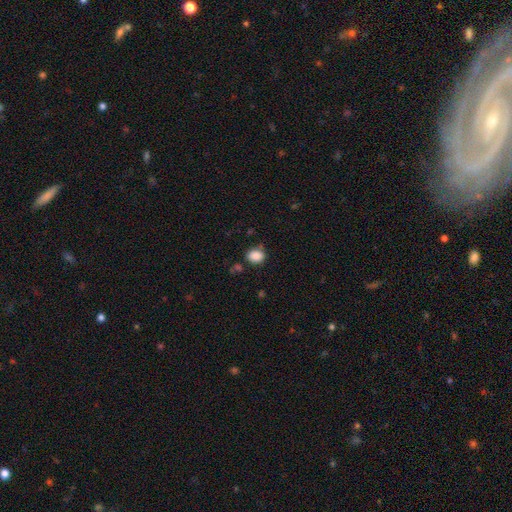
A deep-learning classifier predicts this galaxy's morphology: Overall: smooth (87%). How rounded: round (52%; in between 47%). Merging: none (75%).